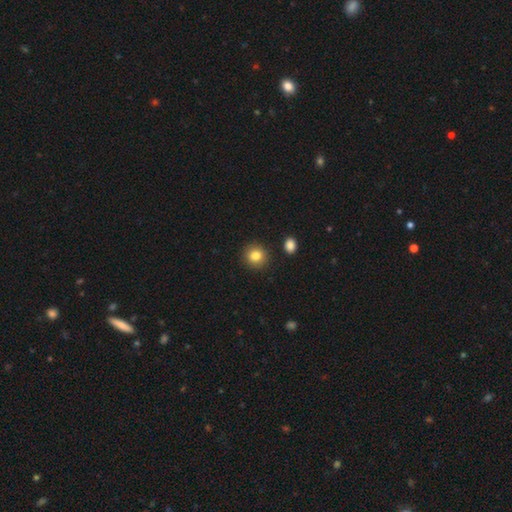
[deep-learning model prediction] A smooth galaxy with no disk features (84%) that is round (88%).

Vote fractions:
- Smooth or featured? smooth: 84% / star or artifact: 10% / featured or disk: 6%
- How rounded? round: 88% / in between: 11% / cigar-shaped: 1%
- Merging? none: 90% / minor disturbance: 6% / merger: 2% / major disturbance: 2%